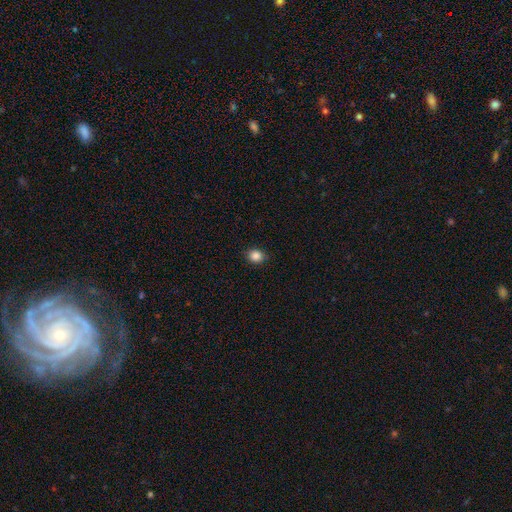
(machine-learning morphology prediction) smooth_or_featured: smooth (p=0.86) [alt: star or artifact p=0.10]
how_rounded: round (p=0.70) [alt: in between p=0.29]
merging: none (p=0.89) [alt: minor disturbance p=0.08]